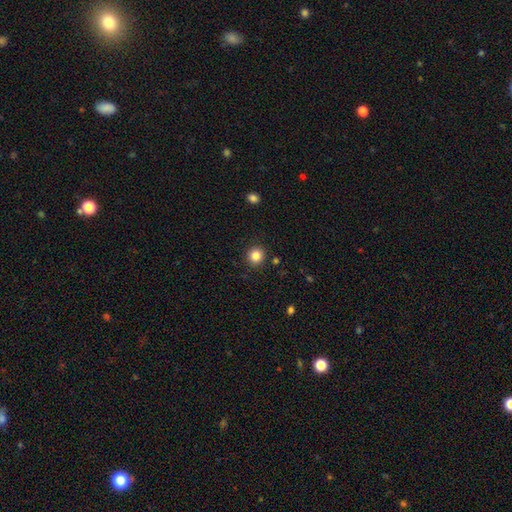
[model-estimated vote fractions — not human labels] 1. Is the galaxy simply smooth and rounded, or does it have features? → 85% smooth, 11% star or artifact, 4% featured or disk.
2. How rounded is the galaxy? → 91% round, 8% in between, 1% cigar-shaped.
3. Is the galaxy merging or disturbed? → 91% none, 6% minor disturbance, 2% major disturbance, 1% merger.